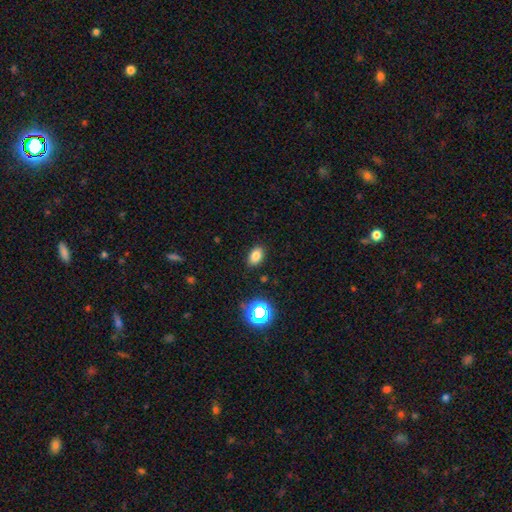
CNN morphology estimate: This appears to be a smooth galaxy with no disk features (80%) that is in between round and cigar-shaped (84%). Merging: none (87%).